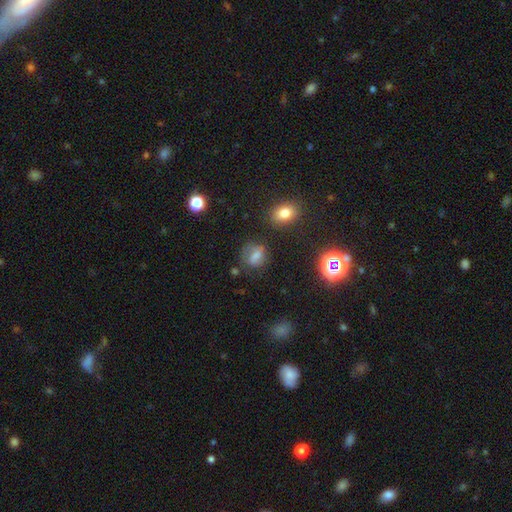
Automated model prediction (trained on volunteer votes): Smooth or featured: smooth — 51% (featured or disk — 30%)
How rounded: round — 50% (in between — 47%)
Merging: none — 61% (minor disturbance — 22%)